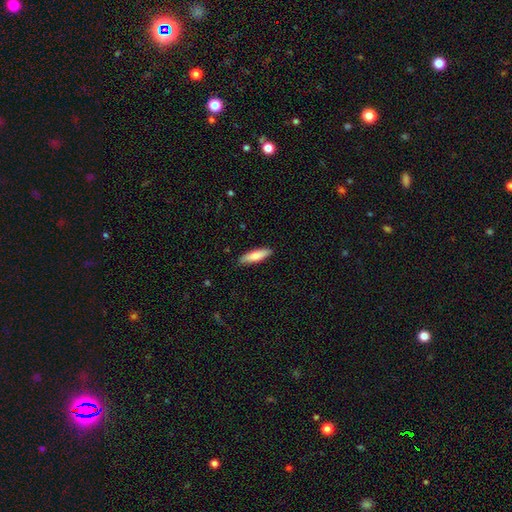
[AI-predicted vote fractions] Q: Smooth or featured?
A: smooth (78%); runner-up: featured or disk (17%)
Q: How rounded?
A: cigar-shaped (67%); runner-up: in between (31%)
Q: Merging?
A: none (89%); runner-up: minor disturbance (9%)